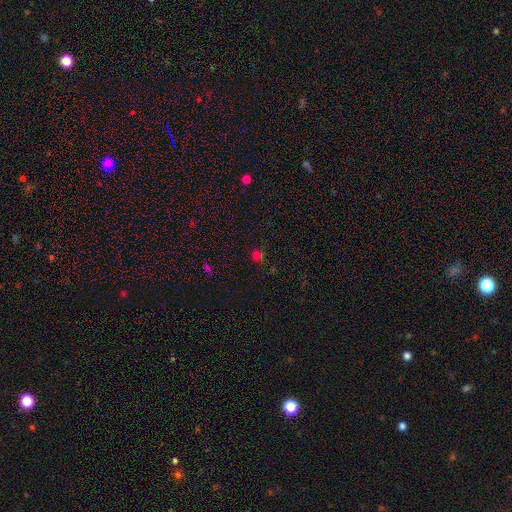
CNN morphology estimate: Smooth or featured? Predicted: smooth (p=0.53). How rounded? Predicted: round (p=0.83). Merging? Predicted: none (p=0.66).